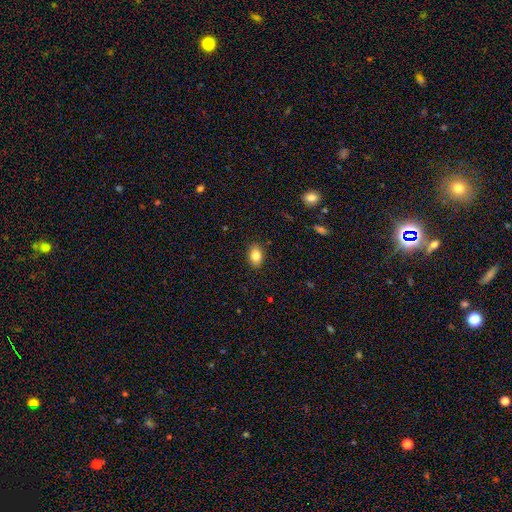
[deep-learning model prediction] A smooth galaxy with no disk features (84%) that is in between round and cigar-shaped (82%). Merging: none (88%).